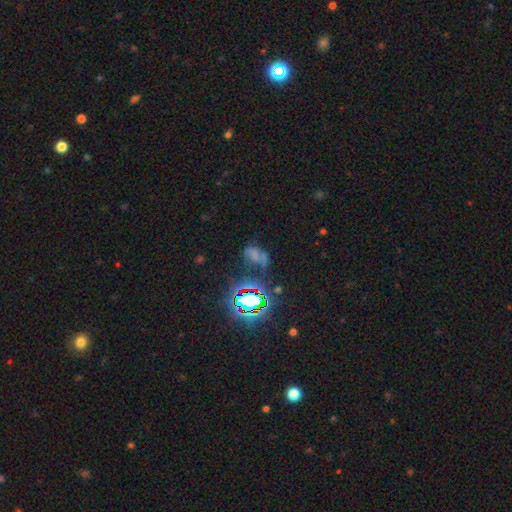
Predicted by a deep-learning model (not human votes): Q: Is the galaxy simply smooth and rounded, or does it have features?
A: star or artifact — 41%.